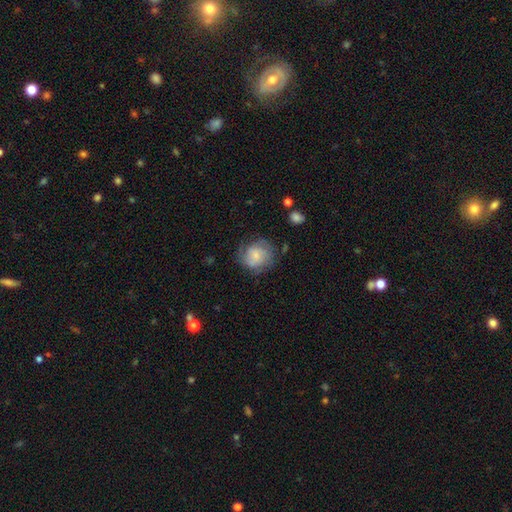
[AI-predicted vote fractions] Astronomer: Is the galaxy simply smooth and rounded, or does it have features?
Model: smooth — 56% (runner-up: featured or disk, 36%).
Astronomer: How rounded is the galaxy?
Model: round — 81%.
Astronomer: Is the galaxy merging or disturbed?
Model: none — 64%.